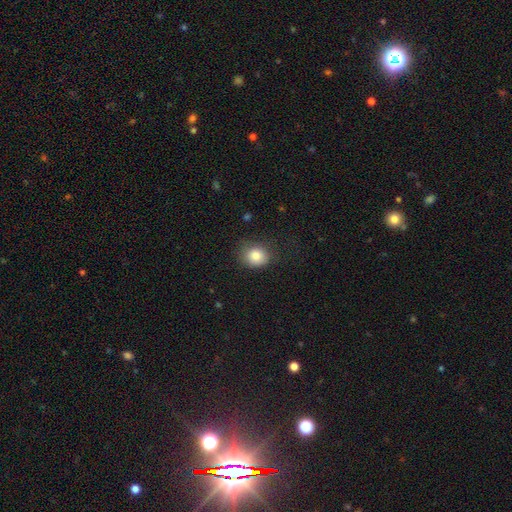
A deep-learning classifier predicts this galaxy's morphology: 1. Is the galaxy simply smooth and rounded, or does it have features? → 84% smooth, 9% star or artifact, 7% featured or disk.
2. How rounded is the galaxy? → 66% round, 33% in between, 1% cigar-shaped.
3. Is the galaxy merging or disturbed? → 71% none, 21% minor disturbance, 7% major disturbance, 1% merger.